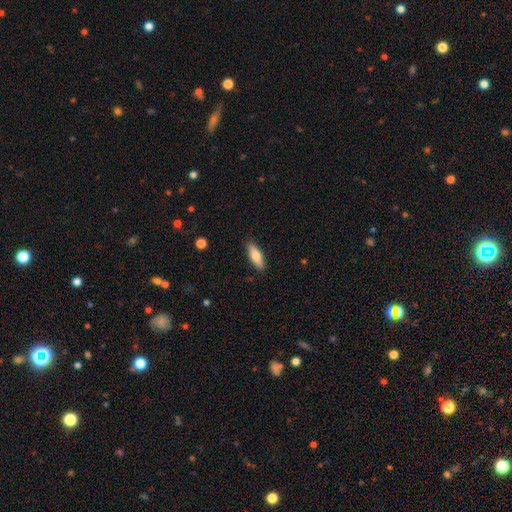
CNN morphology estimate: Overall: smooth (71%). How rounded: in between (55%; cigar-shaped 43%). Merging: none (88%).